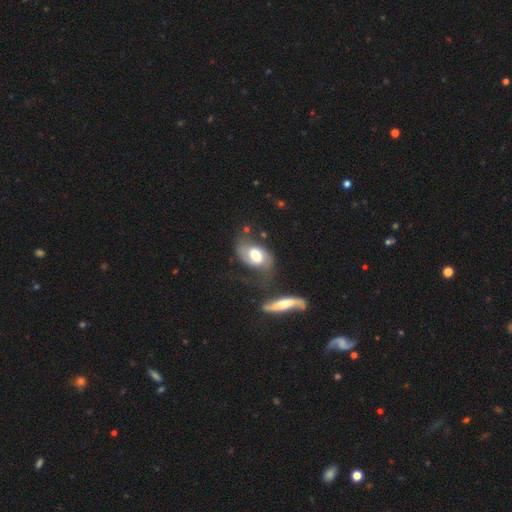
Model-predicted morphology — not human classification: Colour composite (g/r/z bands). It shows a featured or disk galaxy (67%) with no bar (45%), 2 (85%) medium (43%) spiral arms (85%) and a moderate central bulge (60%). Merging: none (42%).